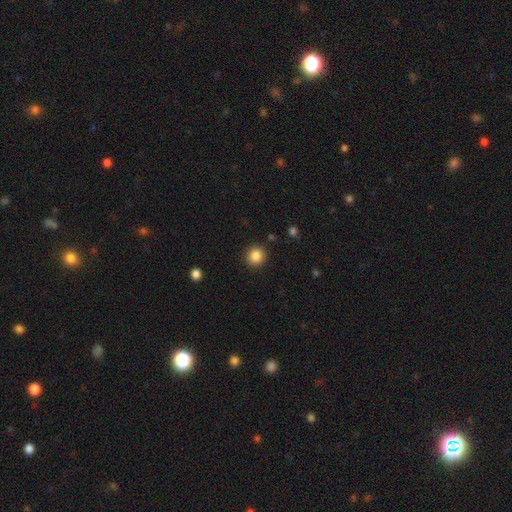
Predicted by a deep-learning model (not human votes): Smooth or featured? Predicted: smooth (p=0.86). How rounded? Predicted: round (p=0.91). Merging? Predicted: none (p=0.90).